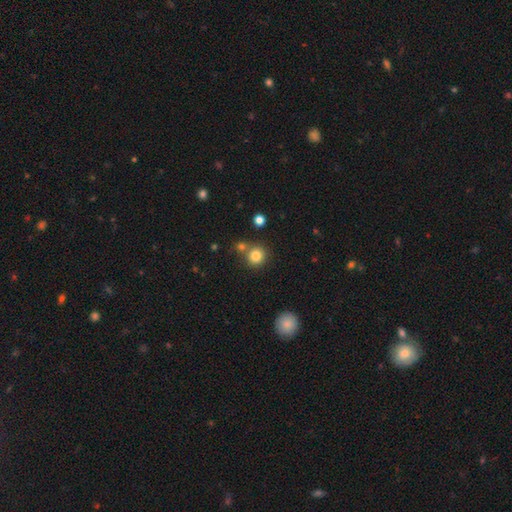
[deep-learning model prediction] smooth-or-featured: smooth: 83% | star or artifact: 11% | featured or disk: 6%
  how-rounded: round: 90% | in between: 9% | cigar-shaped: 1%
  merging: none: 70% | merger: 18% | minor disturbance: 9% | major disturbance: 3%